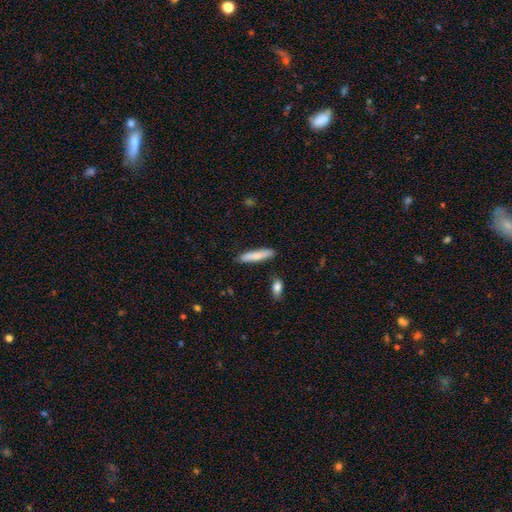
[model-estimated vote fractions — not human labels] A smooth galaxy with no disk features (79%) that is cigar-shaped (85%). Merging: none (85%).